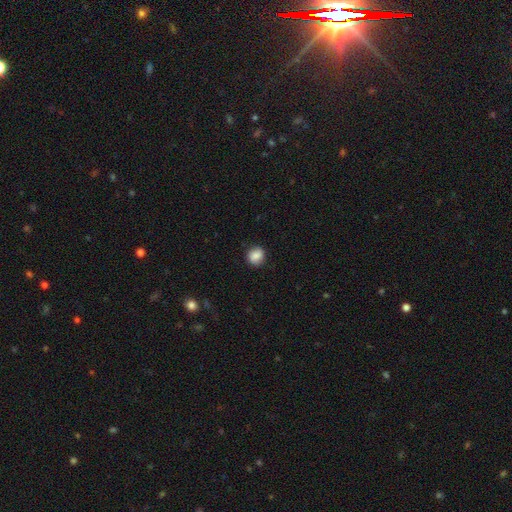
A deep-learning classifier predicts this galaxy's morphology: A smooth galaxy with no disk features (83%) that is round (79%).

Vote fractions:
- Smooth or featured? smooth: 83% / star or artifact: 9% / featured or disk: 9%
- How rounded? round: 79% / in between: 20% / cigar-shaped: 1%
- Merging? none: 84% / minor disturbance: 12% / major disturbance: 3% / merger: 1%